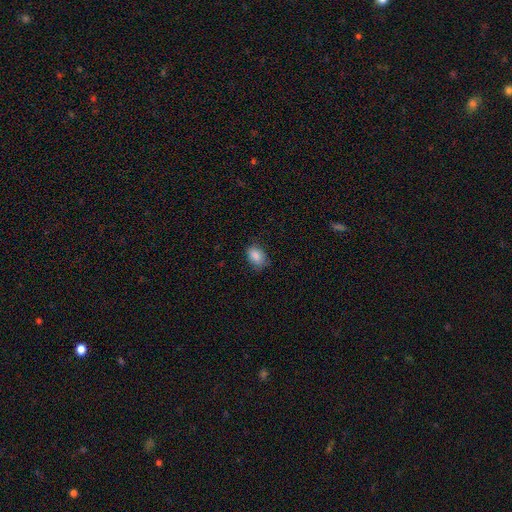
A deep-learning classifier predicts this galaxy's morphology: Overall: smooth (86%). How rounded: in between (83%). Merging: none (72%).